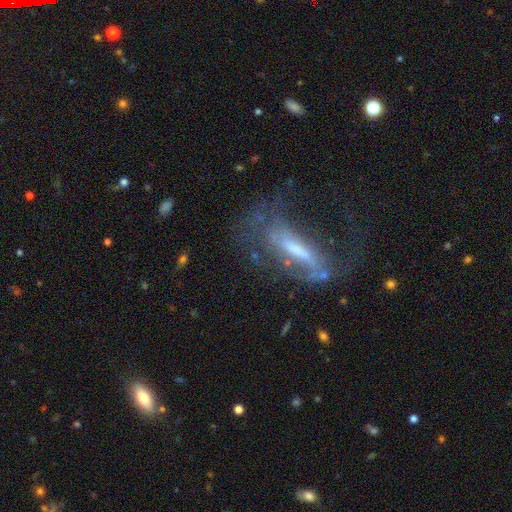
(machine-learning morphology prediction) featured or disk 65%, smooth 22%, star or artifact 13%. Down the decision tree: edge-on disk — no (71%); merging — none (42%).